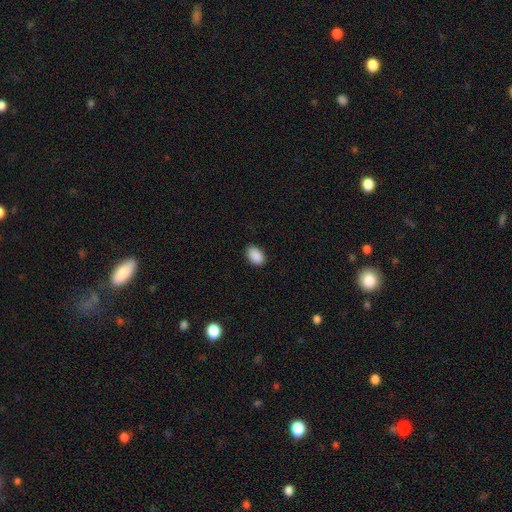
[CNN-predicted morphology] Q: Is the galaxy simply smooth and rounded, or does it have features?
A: smooth — 90%.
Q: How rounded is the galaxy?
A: in between — 88%.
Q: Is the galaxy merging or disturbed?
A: none — 88%.